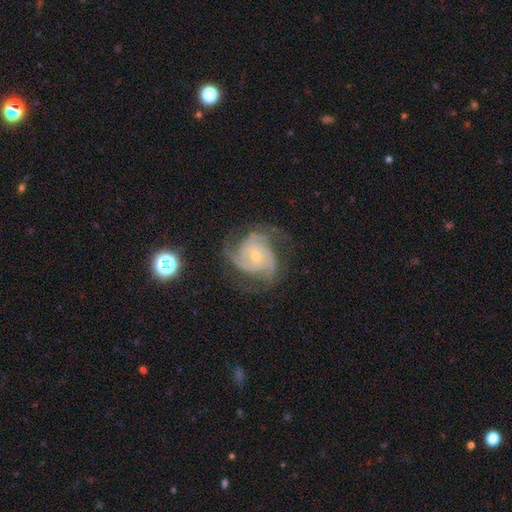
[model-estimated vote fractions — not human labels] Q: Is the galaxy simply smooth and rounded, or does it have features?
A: featured or disk — 91%.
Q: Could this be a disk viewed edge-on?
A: no — 98%.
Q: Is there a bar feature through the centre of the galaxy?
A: no — 68%.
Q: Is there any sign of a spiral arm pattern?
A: yes — 98%.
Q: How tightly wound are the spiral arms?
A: tight — 52%.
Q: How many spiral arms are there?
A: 3 — 58%.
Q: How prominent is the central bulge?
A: small — 63%.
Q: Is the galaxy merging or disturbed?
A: none — 69%.